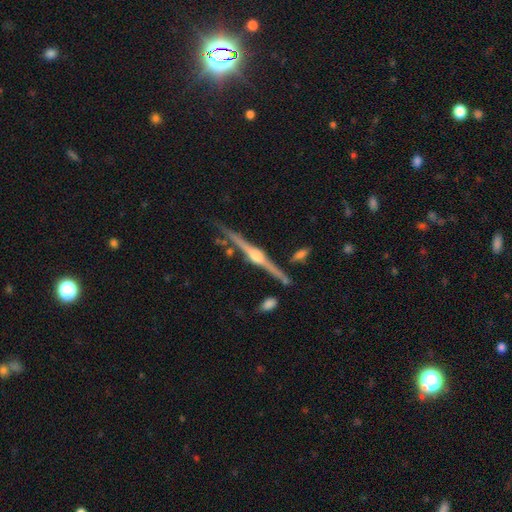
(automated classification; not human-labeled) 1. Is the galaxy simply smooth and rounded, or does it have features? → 89% featured or disk, 6% smooth, 5% star or artifact.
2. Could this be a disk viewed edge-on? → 98% yes, 2% no.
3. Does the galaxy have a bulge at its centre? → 94% rounded, 3% boxy, 2% none.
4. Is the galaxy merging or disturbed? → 82% none, 11% minor disturbance, 5% merger, 2% major disturbance.